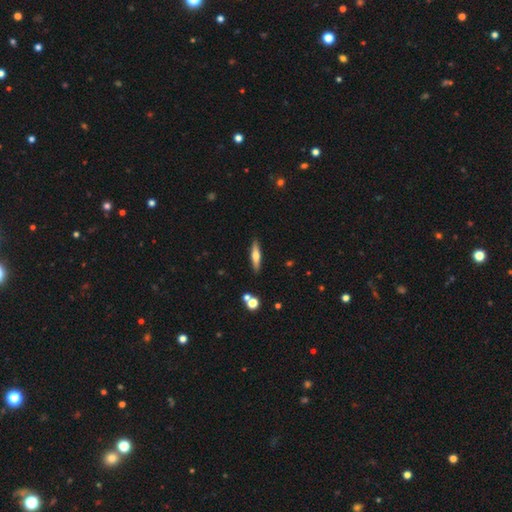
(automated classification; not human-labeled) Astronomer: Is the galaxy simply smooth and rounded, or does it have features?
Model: featured or disk — 48% (runner-up: smooth, 46%).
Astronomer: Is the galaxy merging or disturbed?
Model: none — 88%.